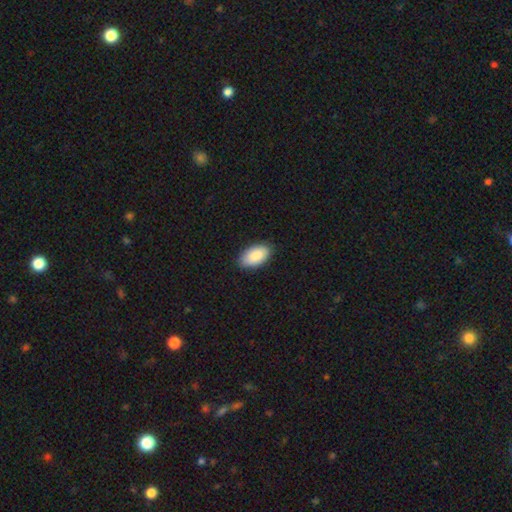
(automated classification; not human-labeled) Smooth or featured: smooth — 89% (featured or disk — 6%)
How rounded: in between — 96% (round — 3%)
Merging: none — 87% (minor disturbance — 10%)